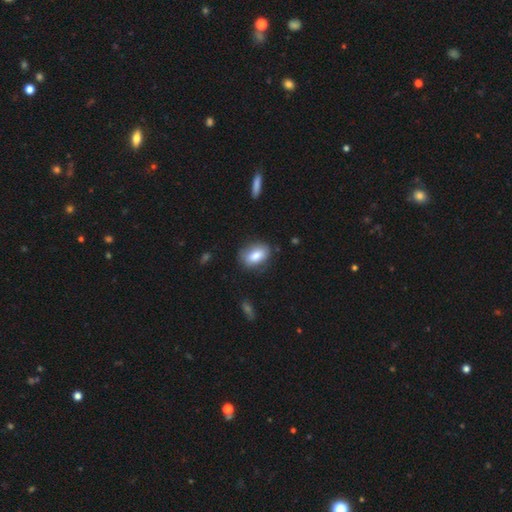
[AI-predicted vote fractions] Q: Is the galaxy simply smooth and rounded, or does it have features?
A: smooth — 81%.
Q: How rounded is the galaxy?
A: in between — 85%.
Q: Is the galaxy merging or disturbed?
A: none — 76%.